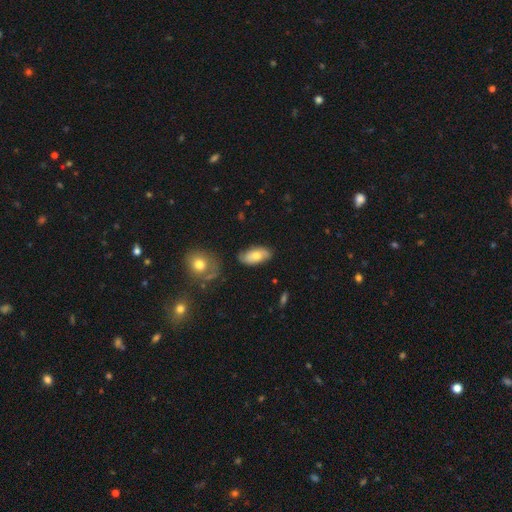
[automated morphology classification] smooth 59%, featured or disk 33%, star or artifact 7%. Down the decision tree: how rounded — in between (91%); merging — none (77%).